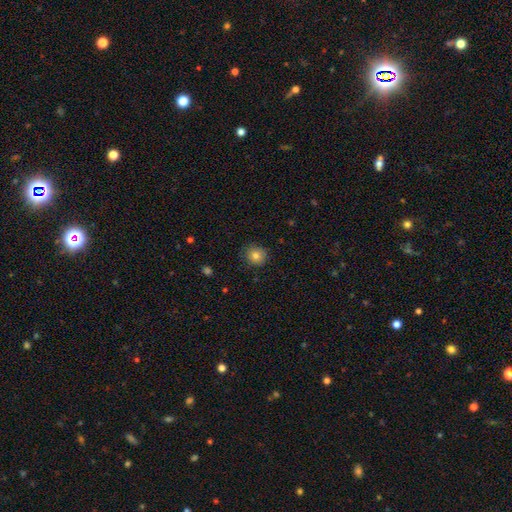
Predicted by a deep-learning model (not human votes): This is clearly a smooth galaxy (81%). How rounded: clearly round (87%). Merging: clearly none (85%).